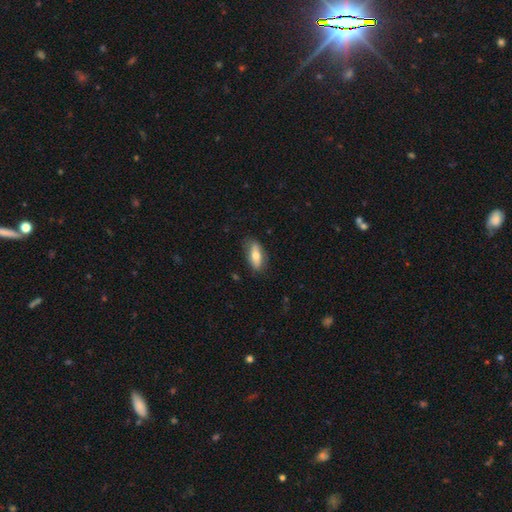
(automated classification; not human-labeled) A smooth galaxy with no disk features (61%) that is in between round and cigar-shaped (77%). Merging: none (77%).